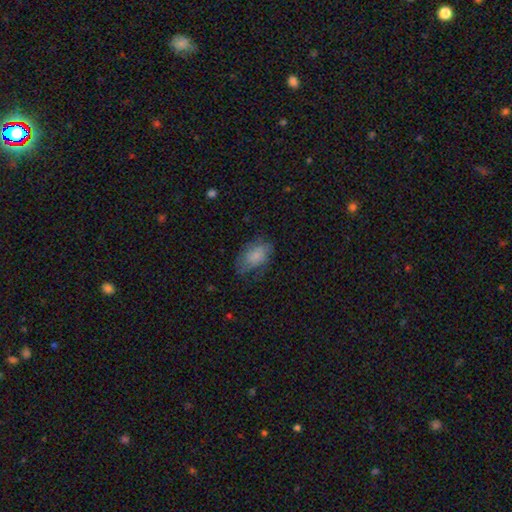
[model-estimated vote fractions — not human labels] The model was most divided on "merging": none: 58%, minor disturbance: 27%, major disturbance: 14%, merger: 1%. More confident: how rounded — in between (89%); smooth or featured — smooth (68%).